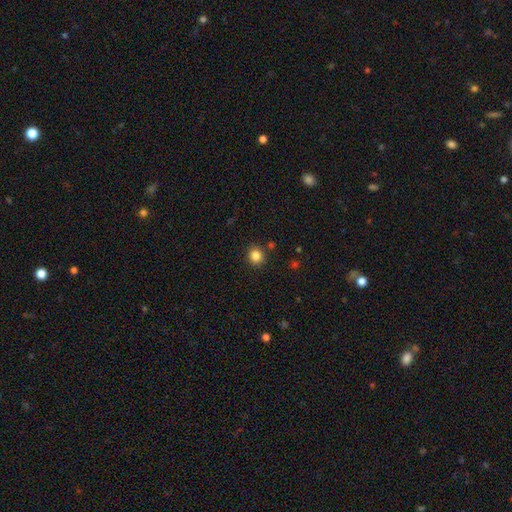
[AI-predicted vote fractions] Smooth or featured: smooth — 83% (star or artifact — 12%)
How rounded: round — 86% (in between — 13%)
Merging: none — 88% (minor disturbance — 7%)